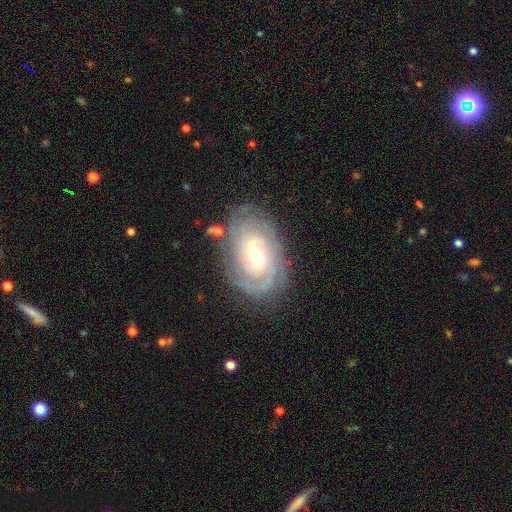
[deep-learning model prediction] Smooth or featured?
  - featured or disk: 83% *
  - smooth: 11%
  - star or artifact: 6%
Edge-on disk?
  - no: 96% *
  - yes: 4%
Bar?
  - weak: 53% *
  - strong: 24%
  - no: 23%
Spiral arms?
  - yes: 95% *
  - no: 5%
Spiral winding?
  - tight: 71% *
  - medium: 23%
  - loose: 5%
Spiral arm count?
  - can't tell: 34% *
  - 3: 21%
  - 2: 20%
  - 4: 15%
  - more than 4: 6%
  - 1: 5%
Bulge size?
  - moderate: 62% *
  - small: 23%
  - large: 12%
  - none: 1%
  - dominant: 1%
Merging?
  - none: 76% *
  - minor disturbance: 16%
  - major disturbance: 5%
  - merger: 2%